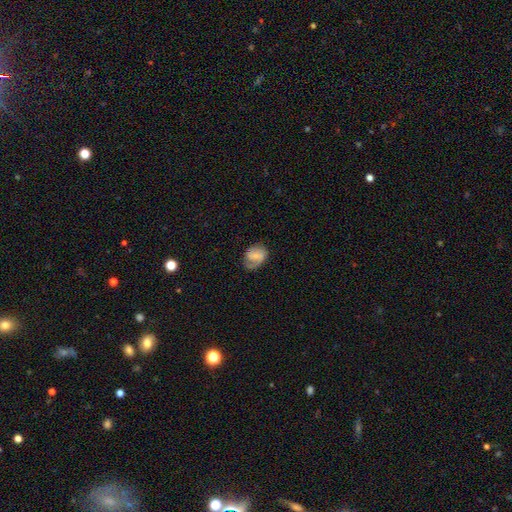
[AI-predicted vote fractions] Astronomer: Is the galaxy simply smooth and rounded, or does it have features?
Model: smooth — 50% (runner-up: featured or disk, 42%).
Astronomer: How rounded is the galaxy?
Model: in between — 63%.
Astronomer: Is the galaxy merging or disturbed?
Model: none — 55%.